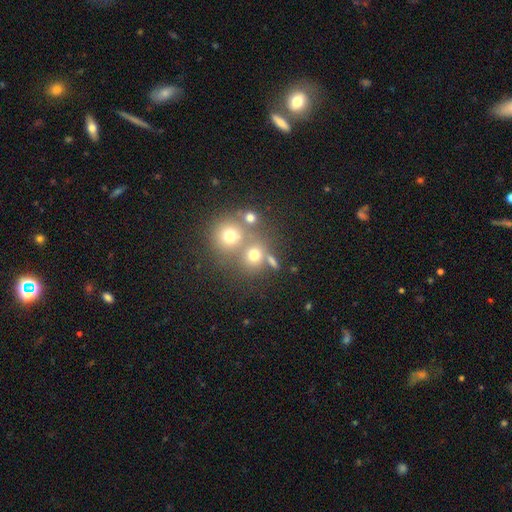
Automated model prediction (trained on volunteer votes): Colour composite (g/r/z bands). It shows a smooth galaxy with no disk features (69%) that is round (82%). Merging: none (53%).